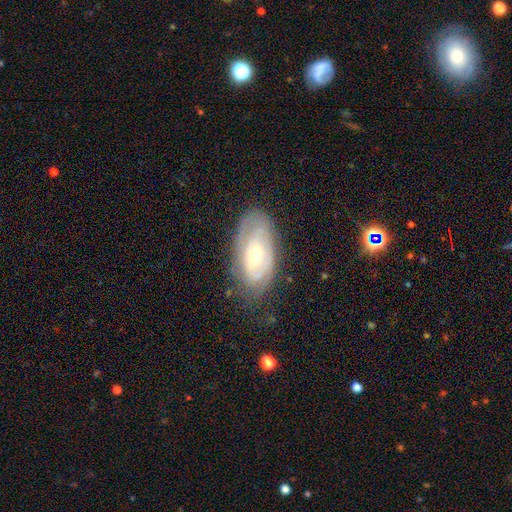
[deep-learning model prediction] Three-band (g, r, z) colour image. It shows a featured or disk galaxy (72%) with no bar (71%), spiral arms (74%) and a moderate central bulge (55%). Merging: none (70%).